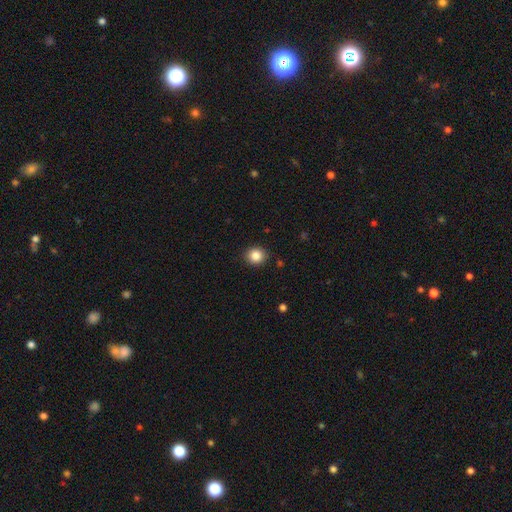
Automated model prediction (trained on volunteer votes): Overall: smooth (85%). How rounded: round (83%). Merging: none (90%).